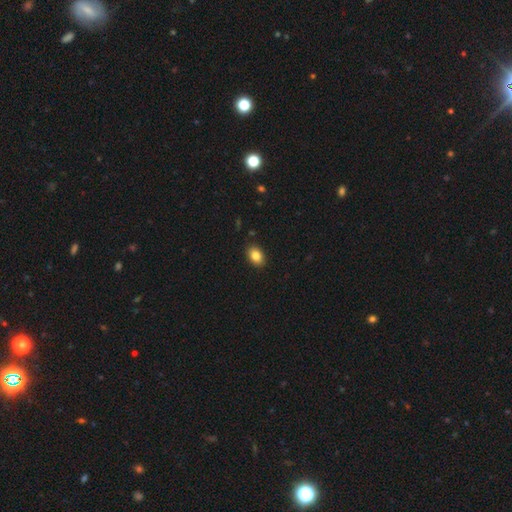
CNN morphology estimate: type=smooth (85%); roundness=in between (83%); merging=none (89%).